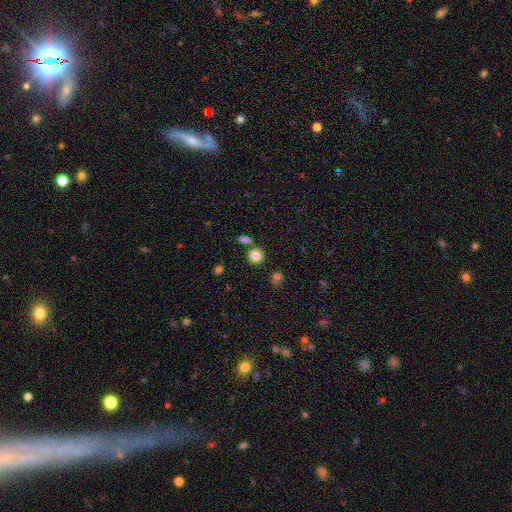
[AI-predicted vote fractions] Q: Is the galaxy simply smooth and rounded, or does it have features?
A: smooth — 84%.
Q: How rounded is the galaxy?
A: round — 85%.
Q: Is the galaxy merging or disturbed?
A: none — 75%.